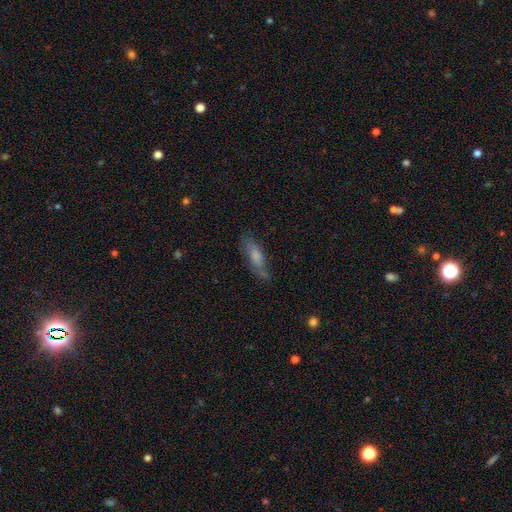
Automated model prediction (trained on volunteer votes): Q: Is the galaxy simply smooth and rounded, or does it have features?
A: smooth — 70%.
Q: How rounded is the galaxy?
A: cigar-shaped — 49%, tied with in between.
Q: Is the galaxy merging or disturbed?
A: none — 68%.